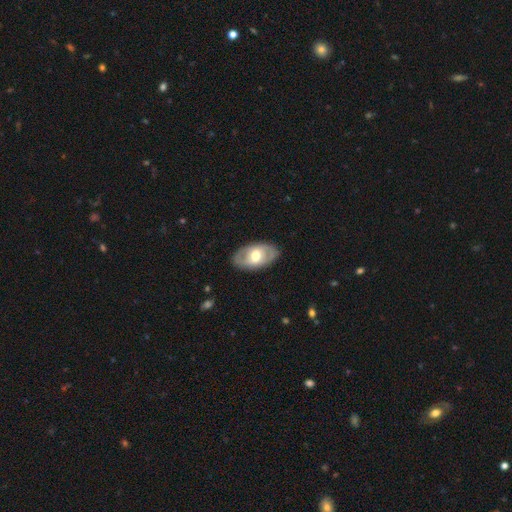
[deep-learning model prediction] Q: Smooth or featured?
A: featured or disk (57%); runner-up: smooth (37%)
Q: Edge-on disk?
A: no (89%); runner-up: yes (11%)
Q: Bar?
A: no (52%); runner-up: weak (33%)
Q: Spiral arms?
A: no (58%); runner-up: yes (42%)
Q: Bulge size?
A: moderate (73%); runner-up: large (15%)
Q: Merging?
A: none (84%); runner-up: minor disturbance (11%)